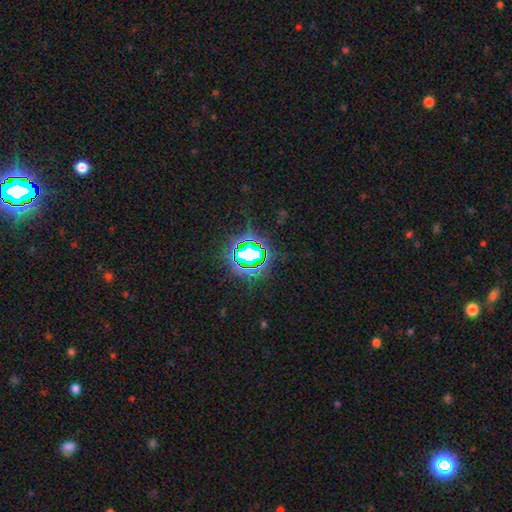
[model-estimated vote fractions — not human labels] A star or artifact, not a galaxy (82%).